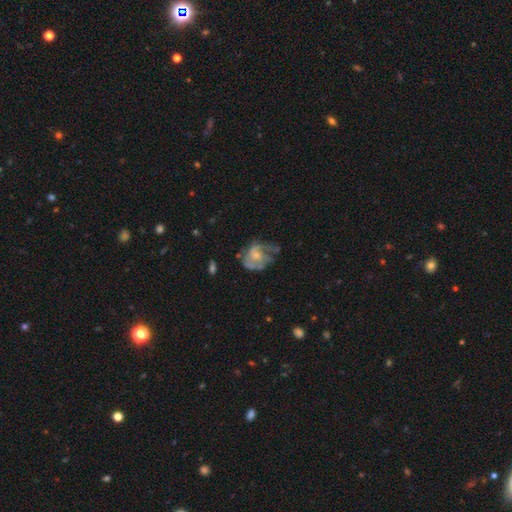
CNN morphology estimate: Smooth or featured: featured or disk — 68% (smooth — 24%)
Edge-on disk: no — 98% (yes — 2%)
Bar: no — 73% (weak — 23%)
Spiral arms: yes — 70% (no — 30%)
Bulge size: moderate — 39% (small — 35%)
Merging: none — 43% (major disturbance — 28%)